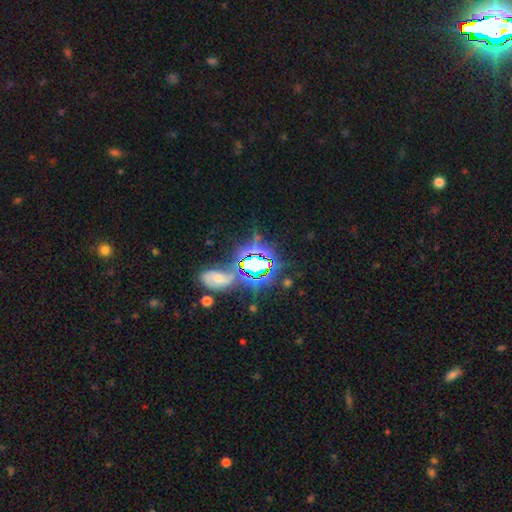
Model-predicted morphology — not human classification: This is likely a star or artifact rather than a galaxy (77%).